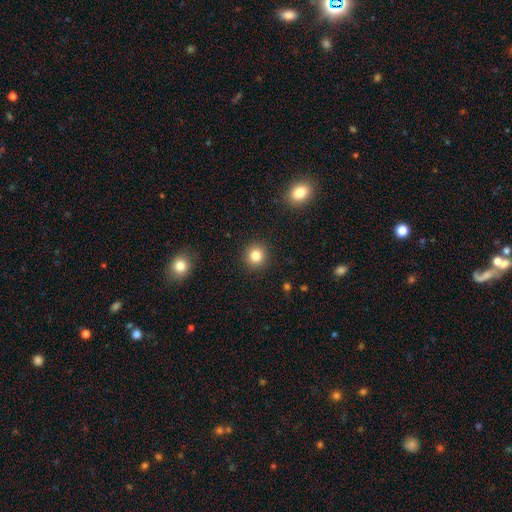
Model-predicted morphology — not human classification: A smooth galaxy with no disk features (82%) that is round (90%). Merging: none (91%).